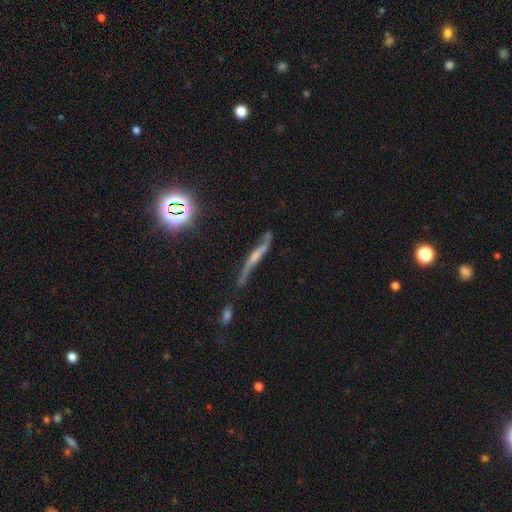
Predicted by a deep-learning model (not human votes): A featured or disk galaxy (65%) viewed edge-on (67%). Merging: none (57%).